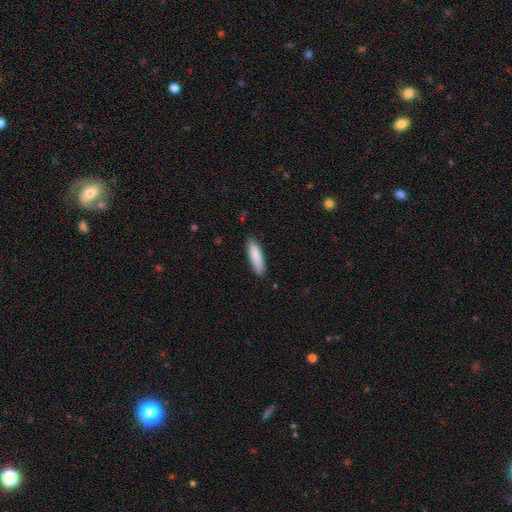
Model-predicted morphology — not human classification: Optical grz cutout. It shows a smooth galaxy with no disk features (87%) that is cigar-shaped (68%). Merging: none (86%).